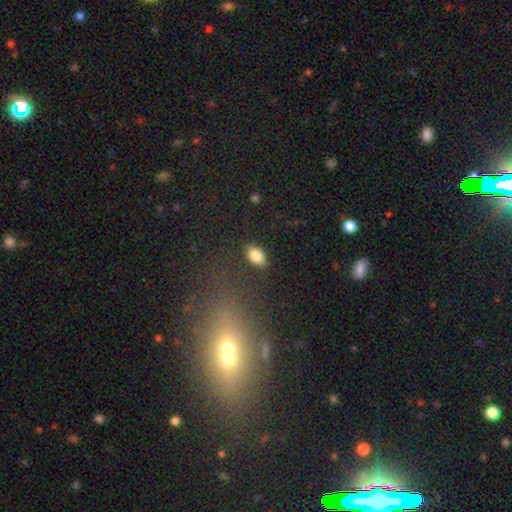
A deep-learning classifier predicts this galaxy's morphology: smooth-or-featured: smooth: 82% | featured or disk: 9% | star or artifact: 9%
  how-rounded: in between: 88% | round: 10% | cigar-shaped: 2%
  merging: none: 85% | minor disturbance: 11% | major disturbance: 3% | merger: 2%